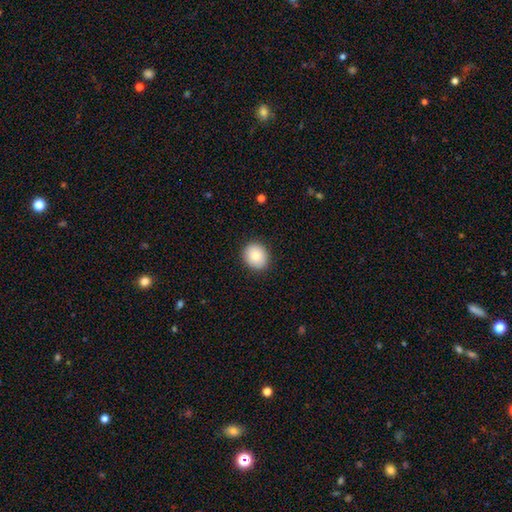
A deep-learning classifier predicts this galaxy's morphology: Smooth or featured?
  - smooth: 84% *
  - featured or disk: 8%
  - star or artifact: 8%
How rounded?
  - round: 62% *
  - in between: 37%
  - cigar-shaped: 1%
Merging?
  - none: 89% *
  - minor disturbance: 8%
  - major disturbance: 2%
  - merger: 1%